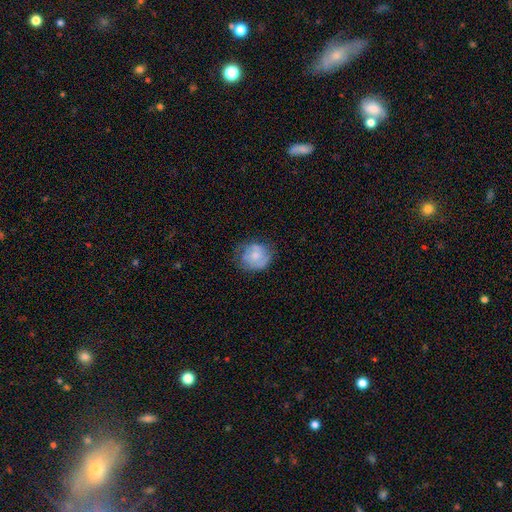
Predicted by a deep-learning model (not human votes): This appears to be a smooth galaxy with no disk features (54%) that is round (74%). Merging: none (61%).